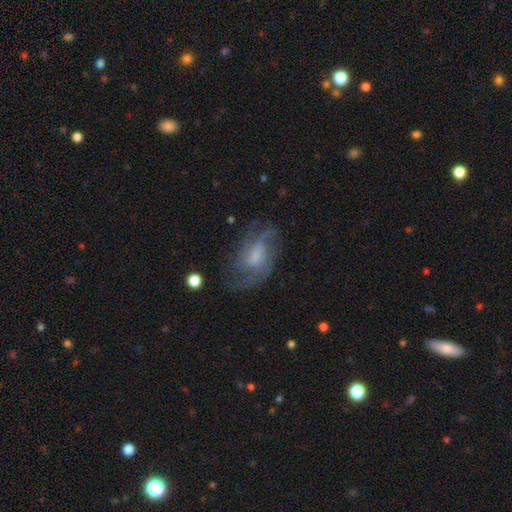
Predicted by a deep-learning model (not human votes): smooth_or_featured: featured or disk (p=0.73) [alt: smooth p=0.19]
disk_edge_on: no (p=0.96) [alt: yes p=0.04]
bar: no (p=0.46) [alt: weak p=0.44]
has_spiral_arms: yes (p=0.89) [alt: no p=0.11]
spiral_winding: medium (p=0.47) [alt: loose p=0.27]
spiral_arm_count: 2 (p=0.37) [alt: can't tell p=0.28]
bulge_size: small (p=0.30) [tied with: moderate p=0.30]
merging: none (p=0.61) [alt: minor disturbance p=0.20]